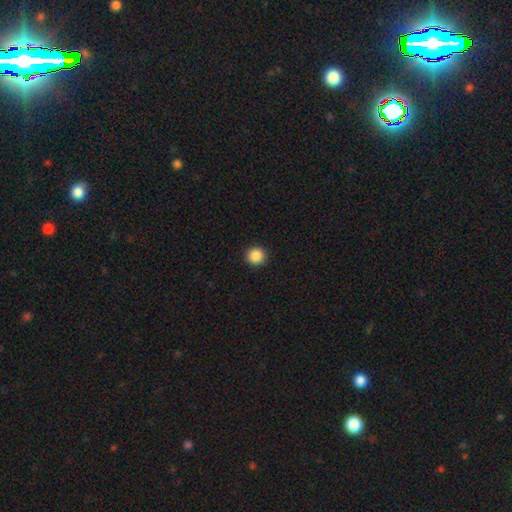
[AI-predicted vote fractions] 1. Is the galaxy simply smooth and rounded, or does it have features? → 88% smooth, 9% star or artifact, 3% featured or disk.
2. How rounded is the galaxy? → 95% round, 4% in between, 1% cigar-shaped.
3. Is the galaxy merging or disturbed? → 92% none, 5% minor disturbance, 2% major disturbance, 1% merger.